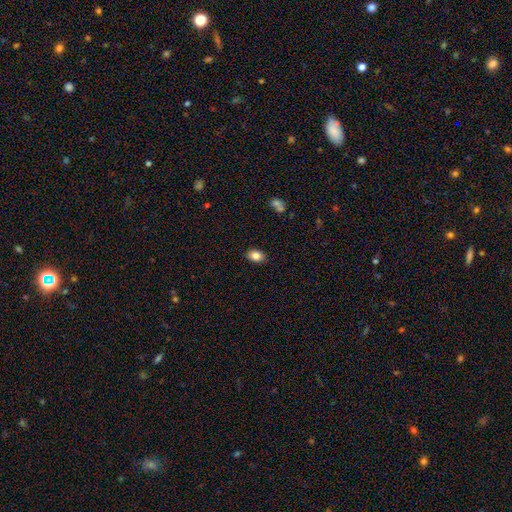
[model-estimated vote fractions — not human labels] smooth 84%, star or artifact 9%, featured or disk 7%. Down the decision tree: how rounded — in between (80%); merging — none (88%).